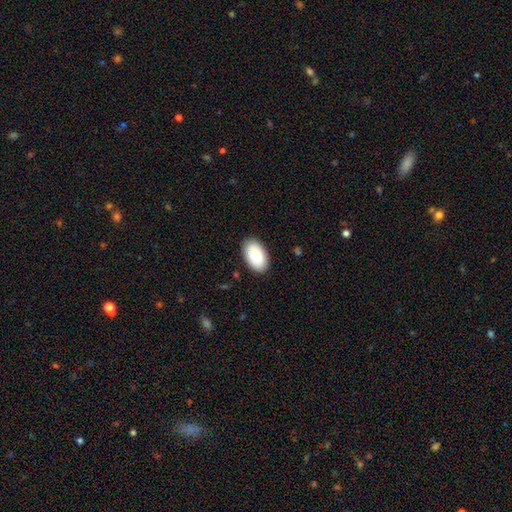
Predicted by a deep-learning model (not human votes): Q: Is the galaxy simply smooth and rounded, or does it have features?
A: smooth — 80%.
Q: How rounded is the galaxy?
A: in between — 94%.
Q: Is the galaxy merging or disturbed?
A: none — 87%.